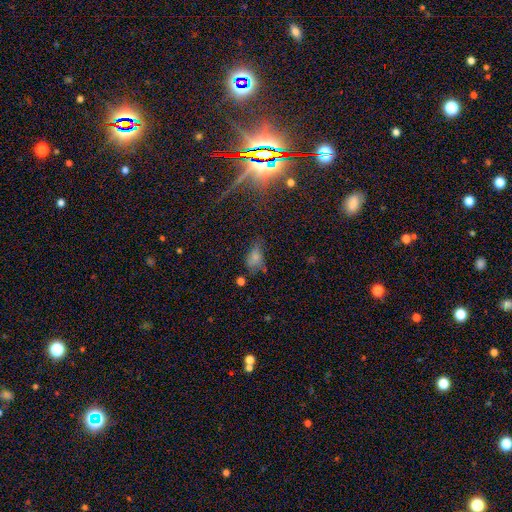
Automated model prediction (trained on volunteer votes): The model was most divided on "smooth or featured" (2-way tie): star or artifact: 40%, smooth: 40%, featured or disk: 19%.